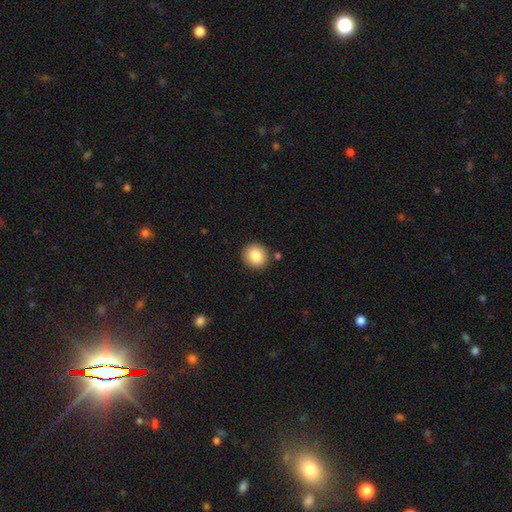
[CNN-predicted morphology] smooth_or_featured: smooth (p=0.85) [alt: star or artifact p=0.09]
how_rounded: round (p=0.89) [alt: in between p=0.10]
merging: none (p=0.88) [alt: minor disturbance p=0.07]